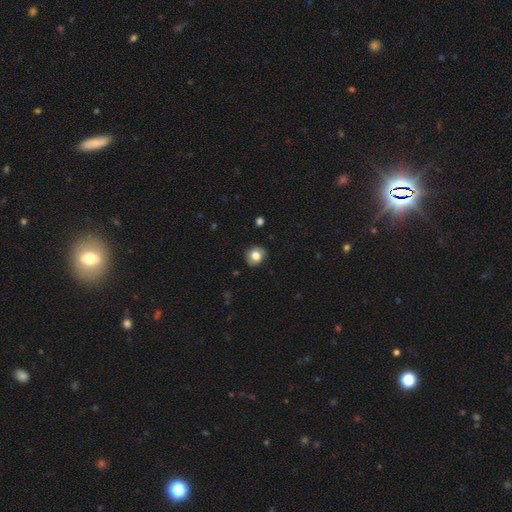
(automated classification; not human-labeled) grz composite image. It shows a smooth galaxy with no disk features (73%) that is round (76%). Merging: none (84%).